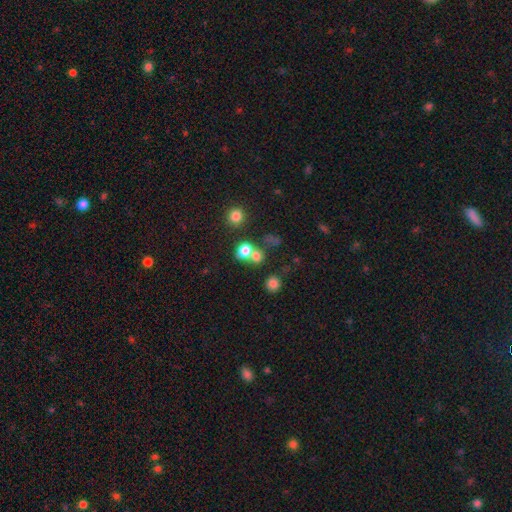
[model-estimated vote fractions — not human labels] A smooth galaxy with no disk features (72%) that is round (74%).

Vote fractions:
- Smooth or featured? smooth: 72% / star or artifact: 17% / featured or disk: 11%
- How rounded? round: 74% / in between: 25% / cigar-shaped: 1%
- Merging? none: 43% (tied) / merger: 43% (tied) / minor disturbance: 8% / major disturbance: 5%